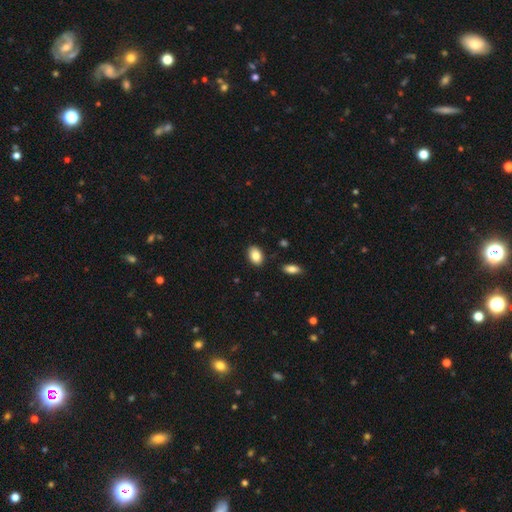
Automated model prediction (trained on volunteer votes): smooth-or-featured: smooth: 85% | featured or disk: 8% | star or artifact: 7%
  how-rounded: in between: 87% | round: 11% | cigar-shaped: 1%
  merging: none: 88% | minor disturbance: 8% | major disturbance: 2% | merger: 2%